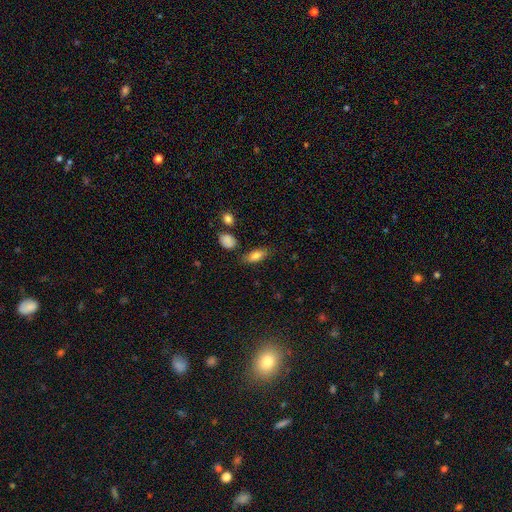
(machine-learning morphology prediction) A smooth galaxy with no disk features (80%) that is in between round and cigar-shaped (82%).

Vote fractions:
- Smooth or featured? smooth: 80% / featured or disk: 12% / star or artifact: 8%
- How rounded? in between: 82% / cigar-shaped: 14% / round: 4%
- Merging? none: 78% / minor disturbance: 15% / major disturbance: 4% / merger: 3%